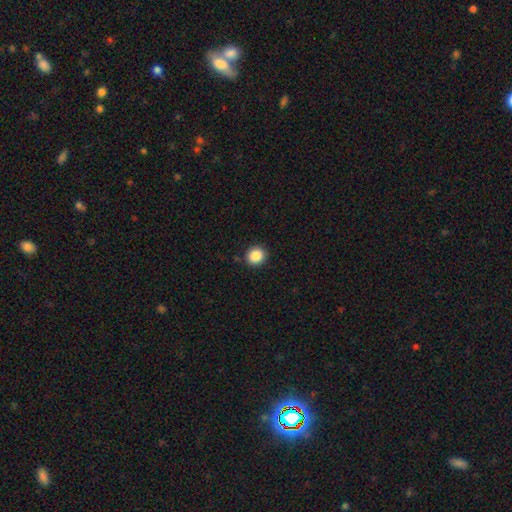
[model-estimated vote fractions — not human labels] Q: Smooth or featured?
A: smooth (87%); runner-up: star or artifact (9%)
Q: How rounded?
A: round (83%); runner-up: in between (16%)
Q: Merging?
A: none (90%); runner-up: minor disturbance (7%)